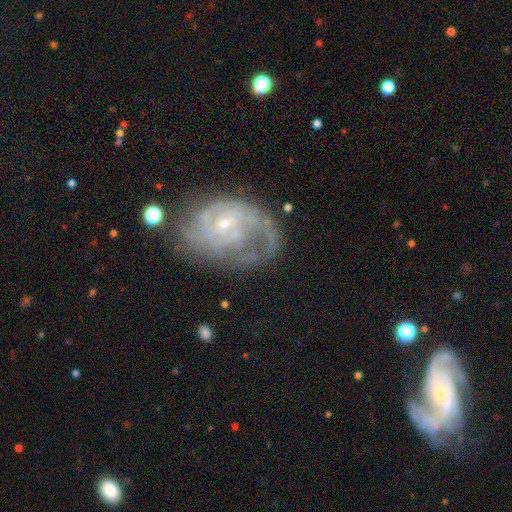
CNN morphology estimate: type=featured or disk (79%); edge-on=no (96%); bar=no (65%); spiral arms=yes (92%); winding=tight (53%); arm count=2 (34%); bulge=small (76%); merging=none (58%).